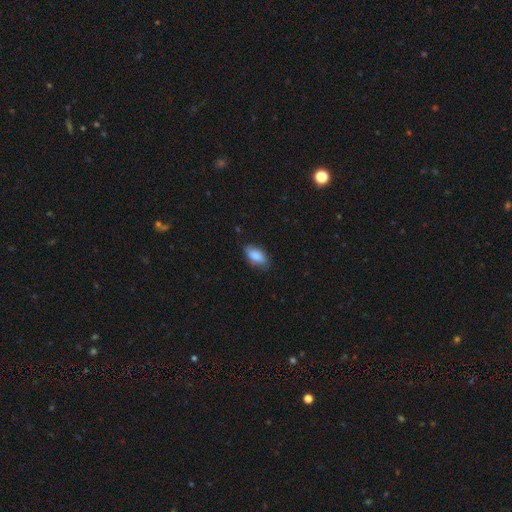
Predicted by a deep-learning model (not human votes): Smooth or featured?
  - smooth: 86% *
  - featured or disk: 8%
  - star or artifact: 6%
How rounded?
  - in between: 92% *
  - cigar-shaped: 5%
  - round: 3%
Merging?
  - none: 77% *
  - minor disturbance: 19%
  - major disturbance: 3%
  - merger: 1%